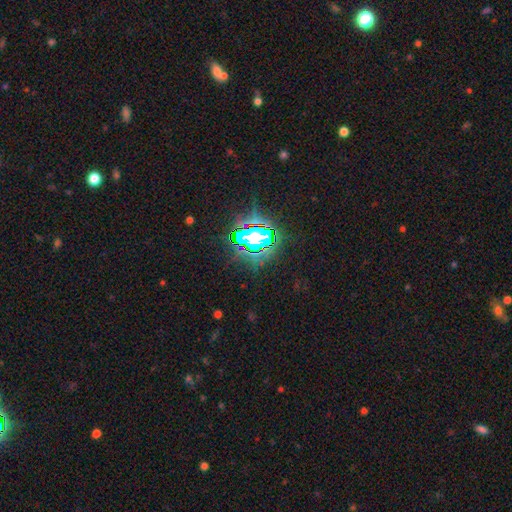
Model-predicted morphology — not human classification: type=star or artifact (79%).